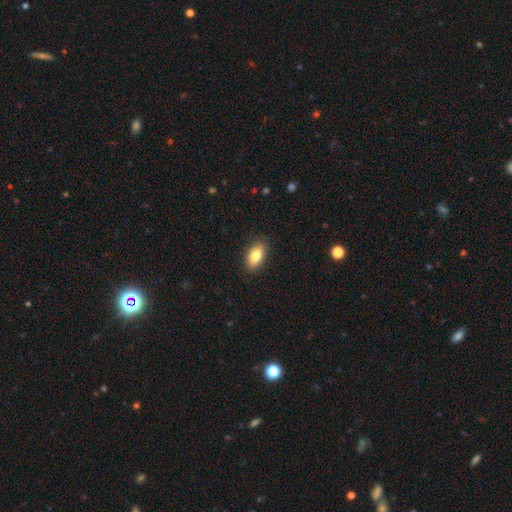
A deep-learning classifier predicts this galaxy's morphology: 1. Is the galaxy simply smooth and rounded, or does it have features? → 81% smooth, 11% featured or disk, 7% star or artifact.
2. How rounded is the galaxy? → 89% in between, 6% cigar-shaped, 5% round.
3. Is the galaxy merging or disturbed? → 88% none, 9% minor disturbance, 2% major disturbance, 1% merger.